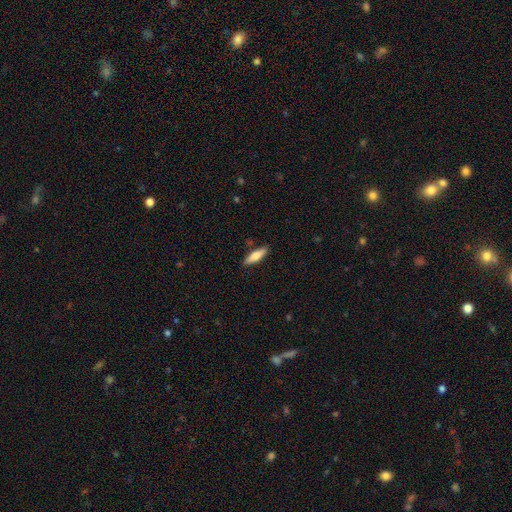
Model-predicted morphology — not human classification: The model was most divided on "how rounded": cigar-shaped: 60%, in between: 38%, round: 2%. More confident: merging — none (87%); smooth or featured — smooth (69%).